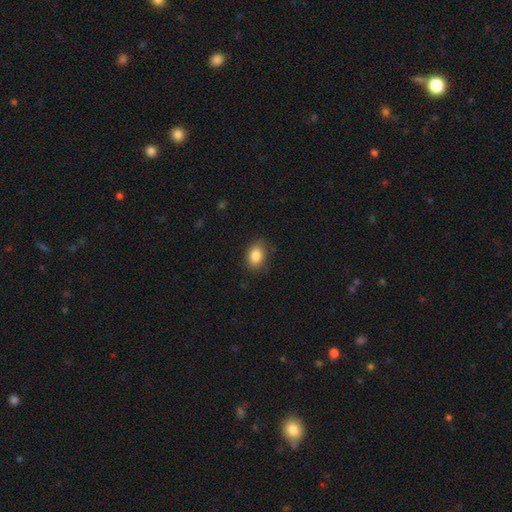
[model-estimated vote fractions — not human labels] Smooth or featured?
  - smooth: 85% *
  - star or artifact: 8%
  - featured or disk: 7%
How rounded?
  - in between: 79% *
  - round: 19%
  - cigar-shaped: 1%
Merging?
  - none: 83% *
  - minor disturbance: 13%
  - major disturbance: 3%
  - merger: 1%